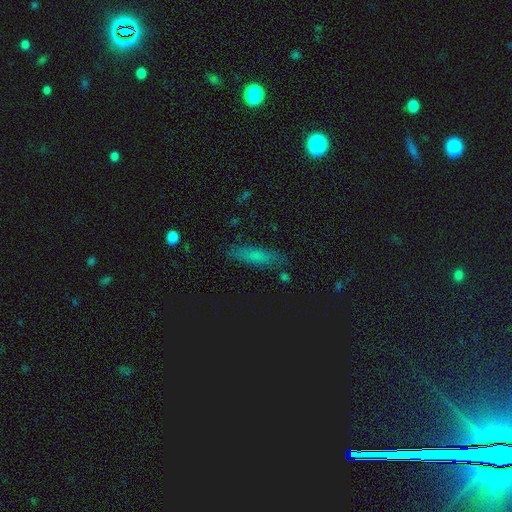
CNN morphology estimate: smooth_or_featured: smooth (p=0.64) [alt: star or artifact p=0.19]
how_rounded: cigar-shaped (p=0.61) [alt: in between p=0.36]
merging: none (p=0.82) [alt: minor disturbance p=0.13]